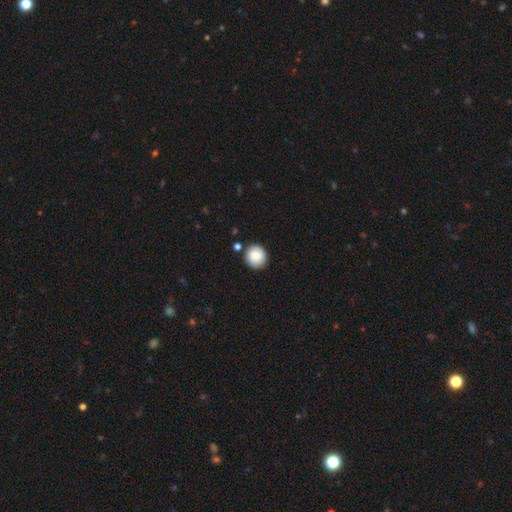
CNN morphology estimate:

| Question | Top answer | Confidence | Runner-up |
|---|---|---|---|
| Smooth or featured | smooth | 84% | featured or disk (8%) |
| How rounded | round | 90% | in between (9%) |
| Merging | none | 84% | minor disturbance (9%) |